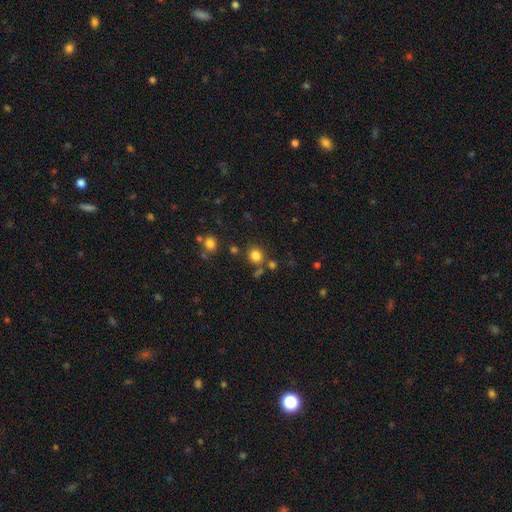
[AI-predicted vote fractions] Smooth or featured?
  - smooth: 81% *
  - star or artifact: 14%
  - featured or disk: 5%
How rounded?
  - round: 88% *
  - in between: 11%
  - cigar-shaped: 1%
Merging?
  - none: 78% *
  - merger: 10%
  - minor disturbance: 9%
  - major disturbance: 4%